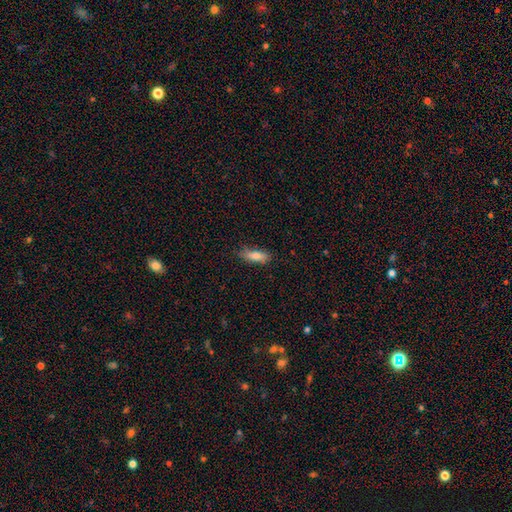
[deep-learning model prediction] Overall: smooth (81%). How rounded: in between (61%; cigar-shaped 36%). Merging: none (74%).